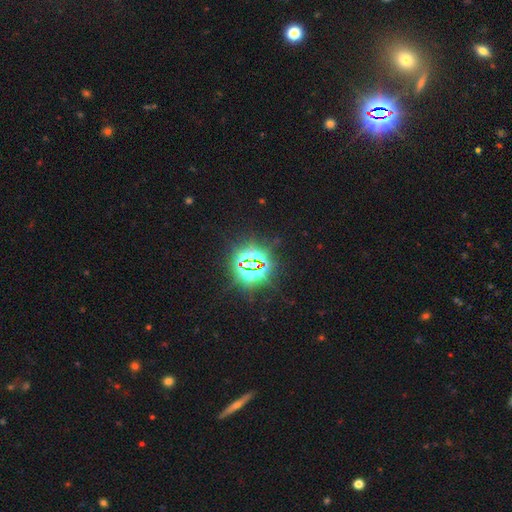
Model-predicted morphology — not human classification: smooth_or_featured: star or artifact (p=0.84) [alt: smooth p=0.08]